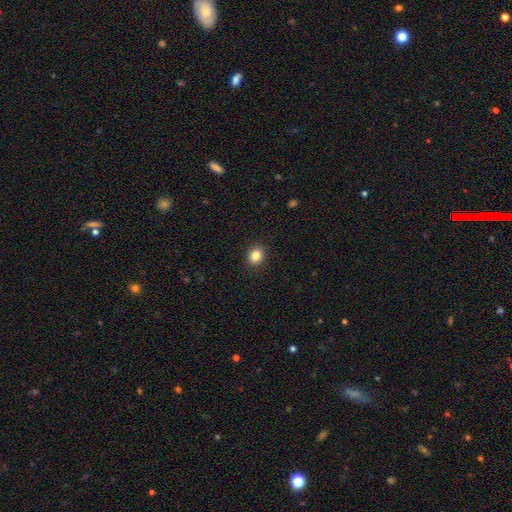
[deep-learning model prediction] The model was most divided on "how rounded": round: 68%, in between: 31%, cigar-shaped: 1%. More confident: merging — none (91%); smooth or featured — smooth (85%).